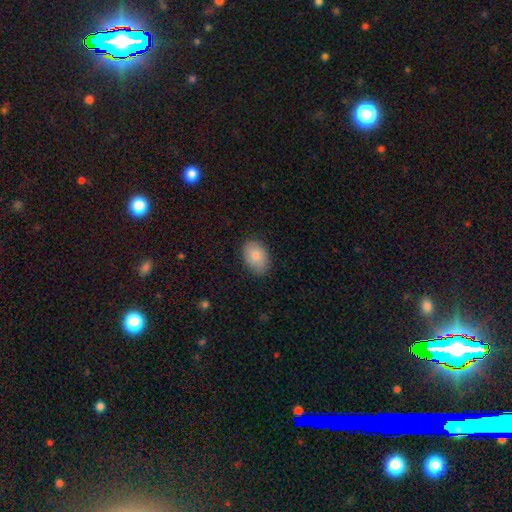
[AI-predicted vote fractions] Smooth or featured?
  - smooth: 84% *
  - featured or disk: 9%
  - star or artifact: 7%
How rounded?
  - in between: 82% *
  - round: 17%
  - cigar-shaped: 1%
Merging?
  - none: 81% *
  - minor disturbance: 15%
  - major disturbance: 3%
  - merger: 1%